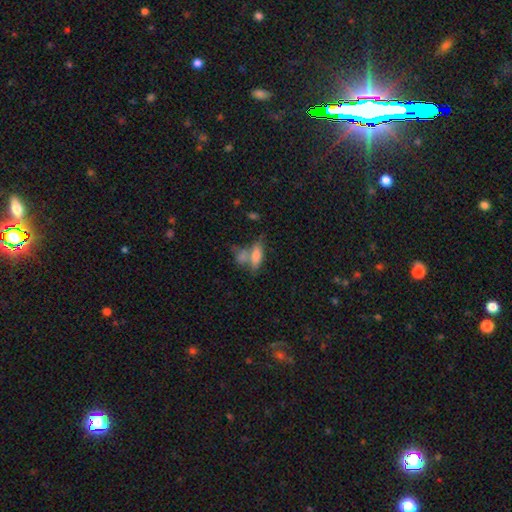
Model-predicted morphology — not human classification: This appears to be a smooth galaxy with no disk features (71%) that is in between round and cigar-shaped (62%). Merging: none (41%).